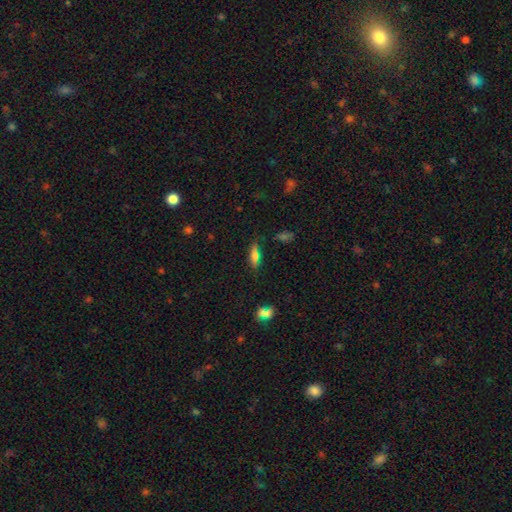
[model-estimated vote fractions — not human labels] Smooth or featured: smooth — 62% (featured or disk — 25%)
How rounded: in between — 49% (cigar-shaped — 47%)
Merging: none — 78% (minor disturbance — 15%)